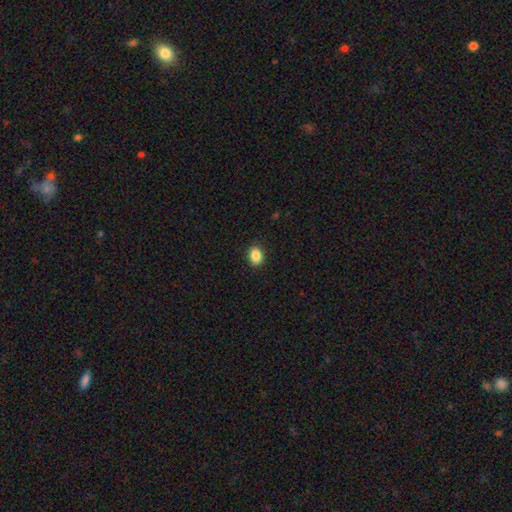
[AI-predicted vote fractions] This is clearly a smooth galaxy (87%). How rounded: likely in between (62%). Merging: clearly none (90%).